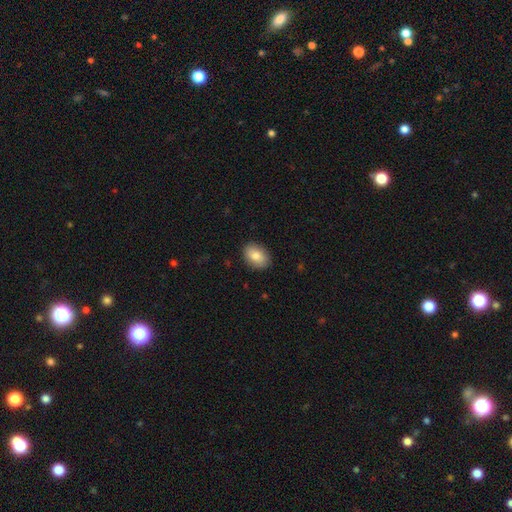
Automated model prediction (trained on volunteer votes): Overall: smooth (83%). How rounded: in between (81%). Merging: none (88%).